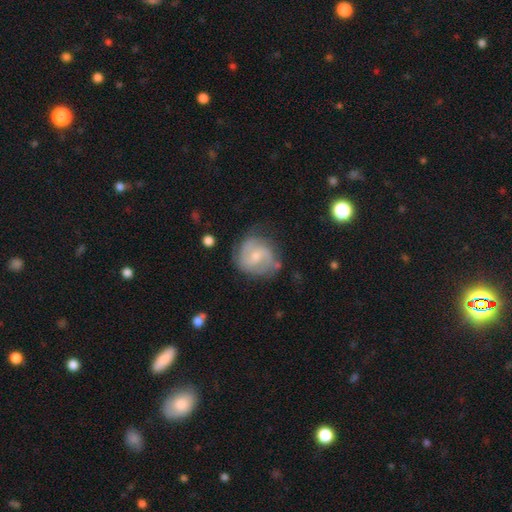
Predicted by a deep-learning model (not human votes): smooth-or-featured: featured or disk: 71% | smooth: 23% | star or artifact: 6%
  disk-edge-on: no: 98% | yes: 2%
    bar: no: 47% | weak: 45% | strong: 8%
    has-spiral-arms: yes: 91% | no: 9%
      spiral-winding: medium: 47% | tight: 35% | loose: 18%
      spiral-arm-count: 2: 65% | can't tell: 17% | 3: 11% | 1: 3% | 4: 2% | more than 4: 2%
    bulge-size: small: 55% | moderate: 37% | none: 4% | large: 2% | dominant: 1%
  merging: none: 65% | minor disturbance: 23% | major disturbance: 9% | merger: 3%